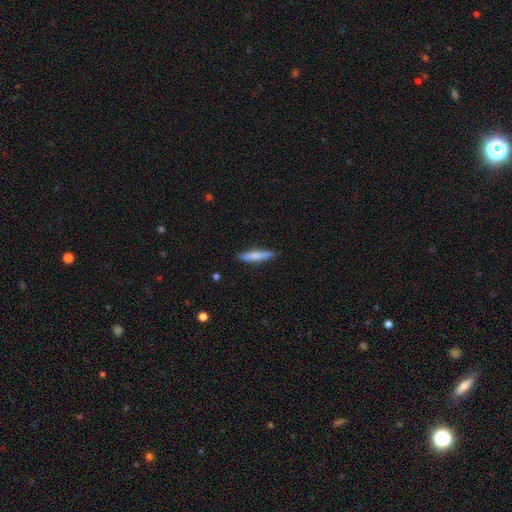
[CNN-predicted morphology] smooth 75%, featured or disk 20%, star or artifact 6%. Down the decision tree: how rounded — cigar-shaped (90%); merging — none (89%).